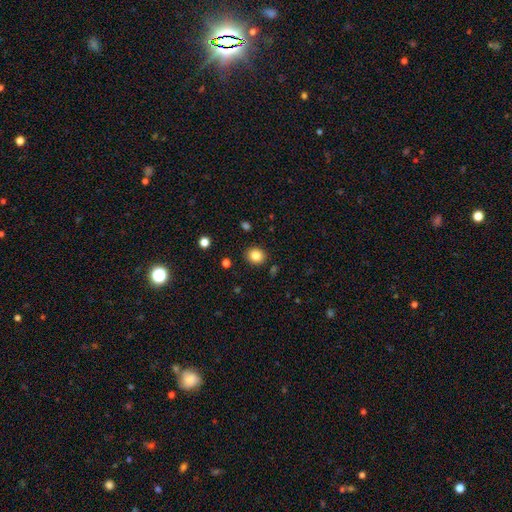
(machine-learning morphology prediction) Smooth or featured?
  - smooth: 84% *
  - star or artifact: 10%
  - featured or disk: 6%
How rounded?
  - round: 73% *
  - in between: 26%
  - cigar-shaped: 1%
Merging?
  - none: 88% *
  - minor disturbance: 7%
  - major disturbance: 2%
  - merger: 2%